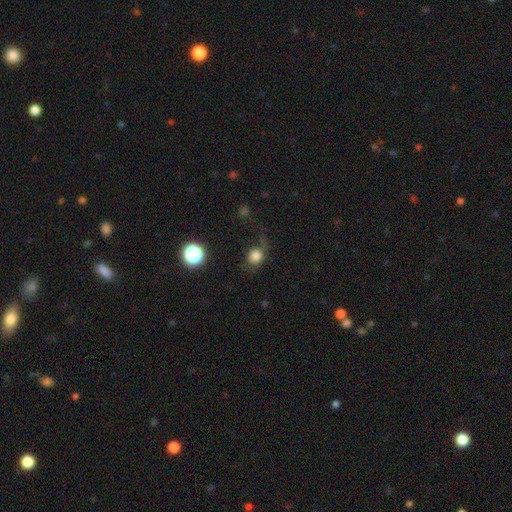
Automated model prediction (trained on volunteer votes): Overall: smooth (75%). How rounded: round (76%). Merging: none (42%; major disturbance 31%).